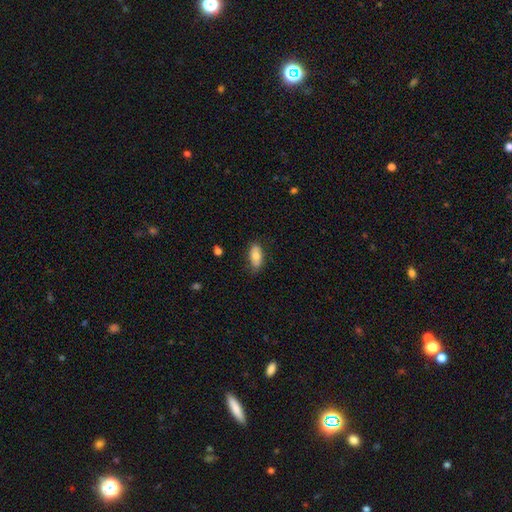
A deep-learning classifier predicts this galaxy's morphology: Smooth or featured? Predicted: smooth (p=0.77). How rounded? Predicted: in between (p=0.89). Merging? Predicted: none (p=0.74).